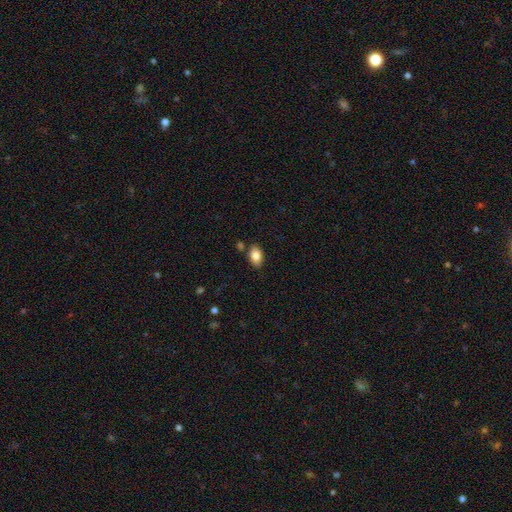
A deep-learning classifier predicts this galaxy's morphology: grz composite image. It shows a smooth galaxy with no disk features (83%) that is in between round and cigar-shaped (89%). Merging: none (80%).